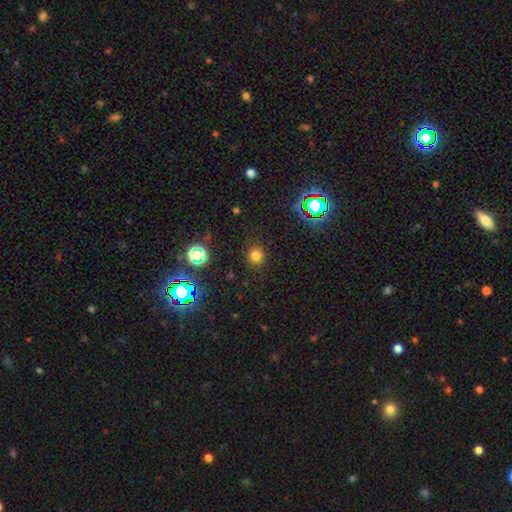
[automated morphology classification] This appears to be a smooth galaxy with no disk features (74%) that is round (91%). Merging: none (88%).